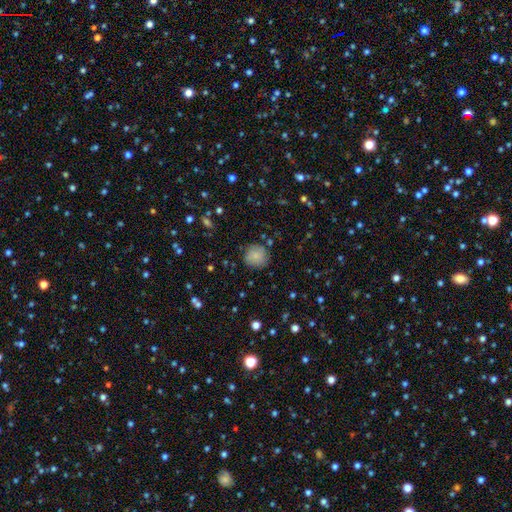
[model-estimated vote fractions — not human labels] A smooth galaxy with no disk features (84%) that is round (90%).

Vote fractions:
- Smooth or featured? smooth: 84% / star or artifact: 9% / featured or disk: 7%
- How rounded? round: 90% / in between: 9% / cigar-shaped: 1%
- Merging? none: 82% / minor disturbance: 13% / major disturbance: 3% / merger: 2%